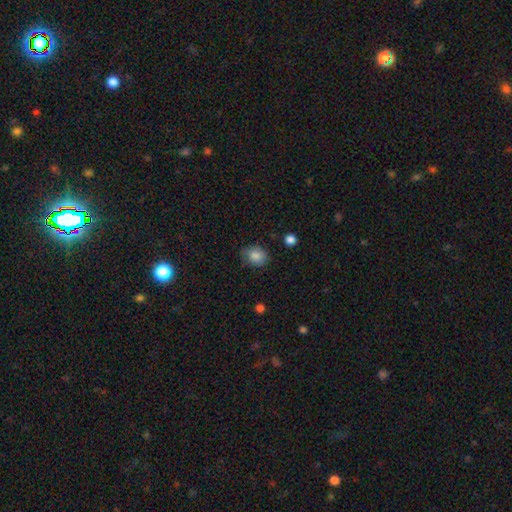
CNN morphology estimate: smooth_or_featured: smooth (p=0.83) [alt: star or artifact p=0.09]
how_rounded: round (p=0.53) [alt: in between p=0.47]
merging: none (p=0.70) [alt: minor disturbance p=0.23]